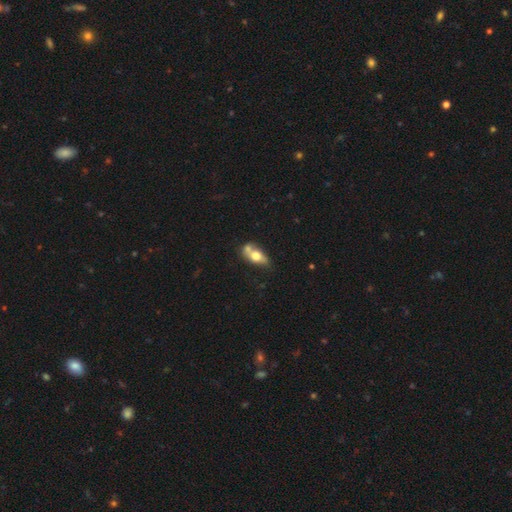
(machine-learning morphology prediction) Overall: smooth (62%; featured or disk 30%). How rounded: in between (78%). Merging: merger (40%; none 35%).